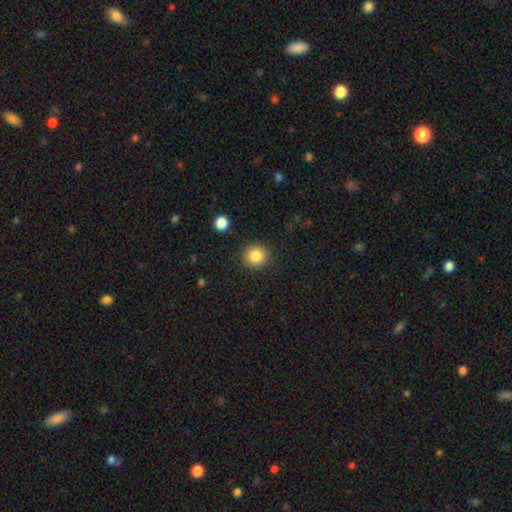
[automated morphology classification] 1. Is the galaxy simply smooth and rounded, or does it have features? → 85% smooth, 10% star or artifact, 5% featured or disk.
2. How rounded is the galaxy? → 91% round, 9% in between, 1% cigar-shaped.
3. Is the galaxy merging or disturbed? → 89% none, 7% minor disturbance, 2% major disturbance, 2% merger.